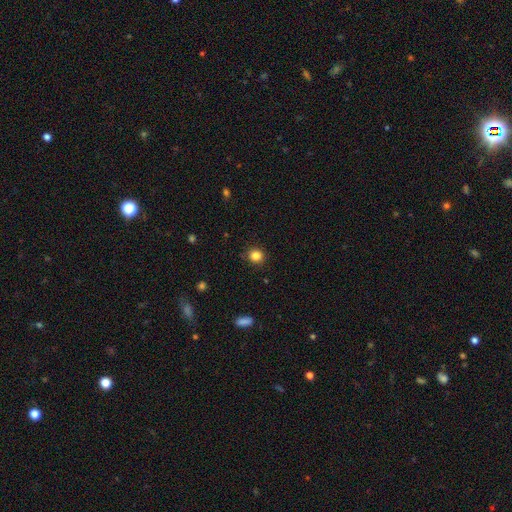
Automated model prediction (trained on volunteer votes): Smooth or featured? smooth (84%)
How rounded? round (88%)
Merging? none (89%)